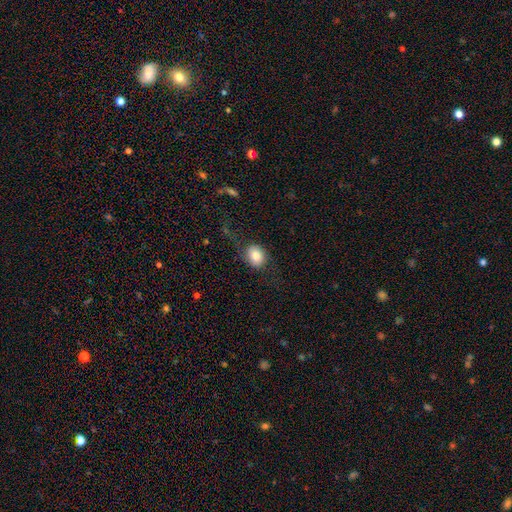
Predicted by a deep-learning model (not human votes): Morphology: type=smooth (76%); roundness=round (50%); merging=none (59%).